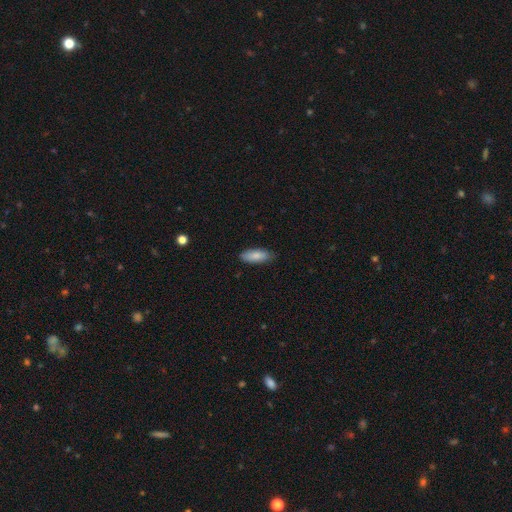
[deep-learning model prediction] This appears to be a smooth galaxy with no disk features (85%) that is in between round and cigar-shaped (76%). Merging: none (84%).